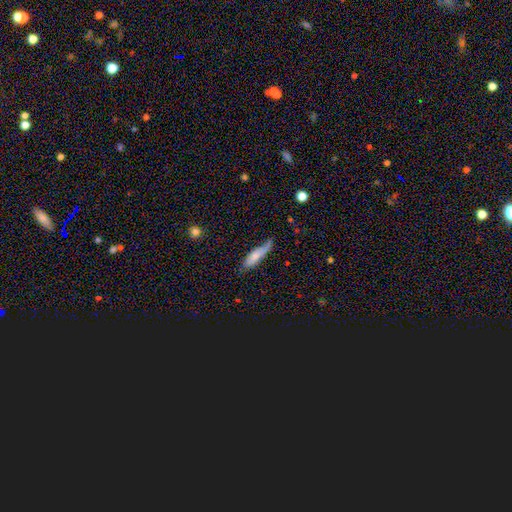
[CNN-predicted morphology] A smooth galaxy with no disk features (71%) that is cigar-shaped (64%).

Vote fractions:
- Smooth or featured? smooth: 71% / featured or disk: 23% / star or artifact: 6%
- How rounded? cigar-shaped: 64% / in between: 34% / round: 2%
- Merging? none: 50% / minor disturbance: 35% / major disturbance: 11% / merger: 4%